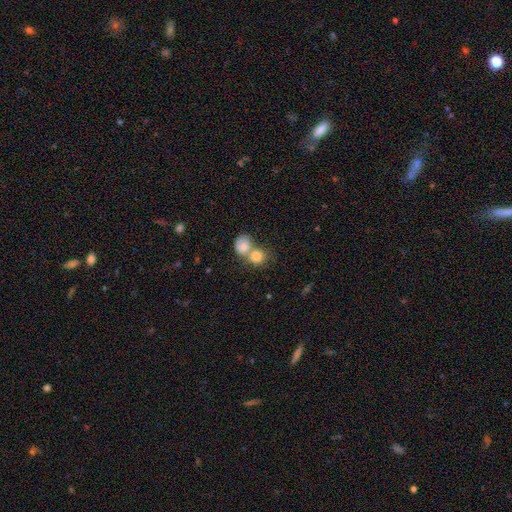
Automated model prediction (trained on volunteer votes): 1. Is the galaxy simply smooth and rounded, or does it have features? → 61% smooth, 24% star or artifact, 15% featured or disk.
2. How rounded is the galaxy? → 66% round, 31% in between, 3% cigar-shaped.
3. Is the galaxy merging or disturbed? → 44% merger (tied), 44% none (tied), 7% minor disturbance, 4% major disturbance.